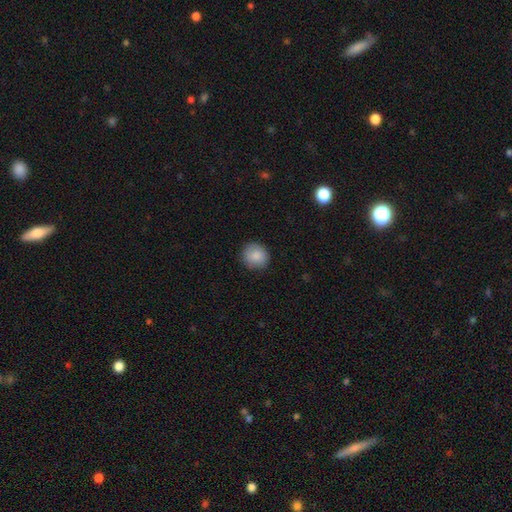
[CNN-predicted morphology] This is clearly a smooth galaxy (86%). How rounded: clearly round (89%). Merging: clearly none (88%).